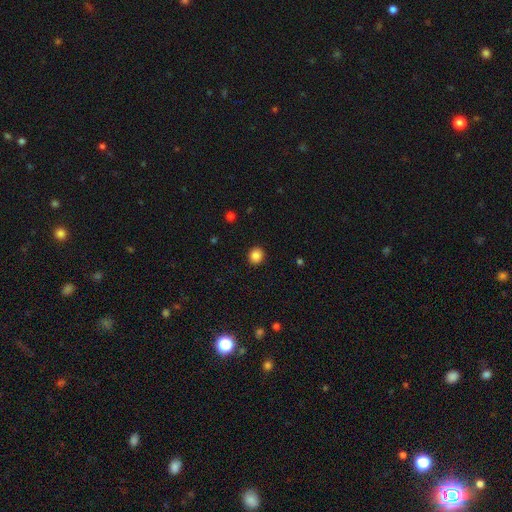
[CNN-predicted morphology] A smooth galaxy with no disk features (86%) that is round (87%). Merging: none (92%).